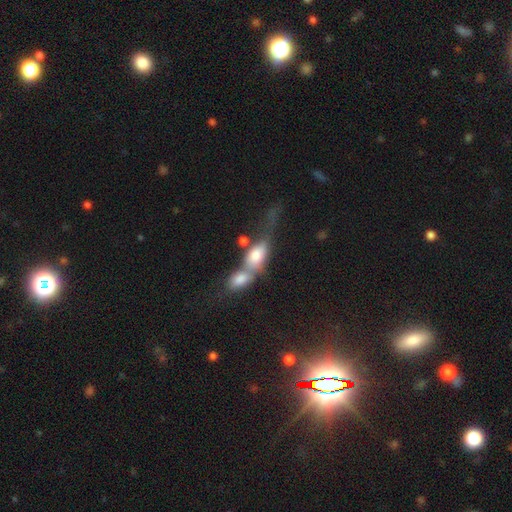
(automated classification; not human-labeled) Morphology: type=smooth (63%); roundness=in between (74%); merging=merger (74%).